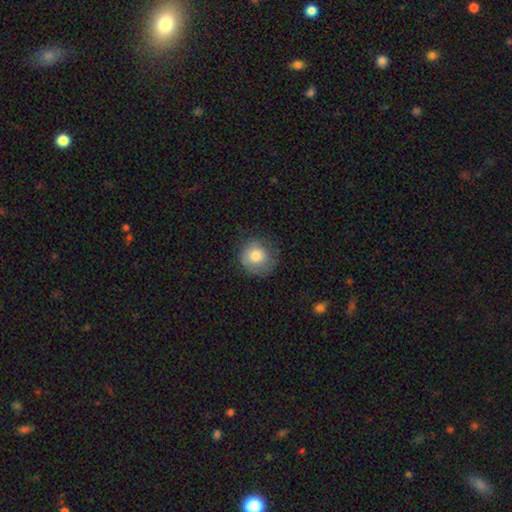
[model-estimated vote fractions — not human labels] A smooth galaxy with no disk features (80%) that is round (90%). Merging: none (70%).